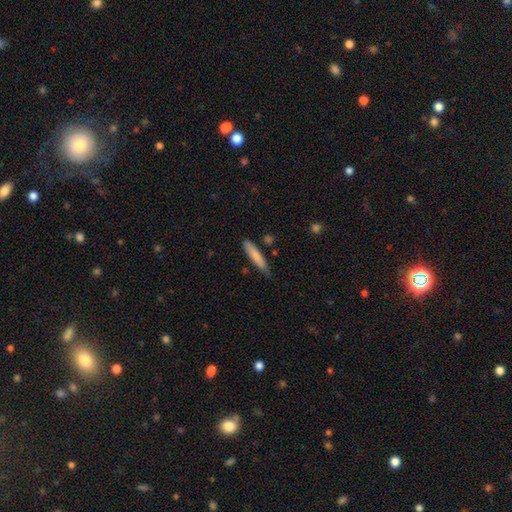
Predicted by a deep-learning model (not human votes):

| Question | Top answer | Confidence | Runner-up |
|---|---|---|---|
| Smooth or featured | smooth | 80% | featured or disk (15%) |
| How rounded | cigar-shaped | 87% | in between (12%) |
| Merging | none | 76% | minor disturbance (18%) |